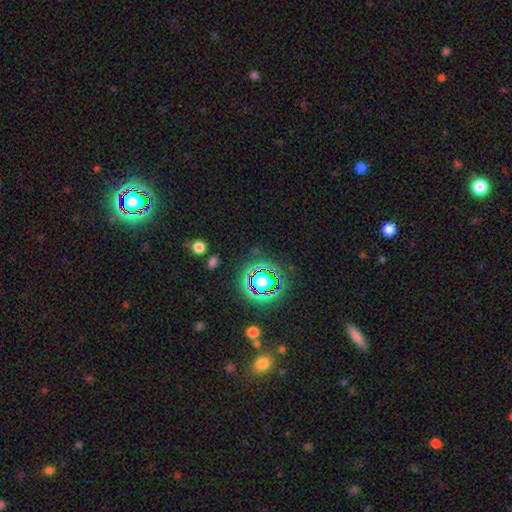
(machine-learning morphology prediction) Overall: star or artifact (74%).